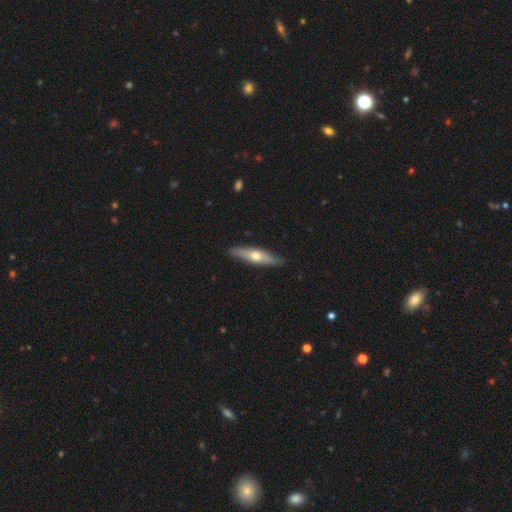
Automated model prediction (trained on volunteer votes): This is possibly a featured or disk galaxy (52%). It is clearly viewed edge-on (85%). Merging: clearly none (87%).